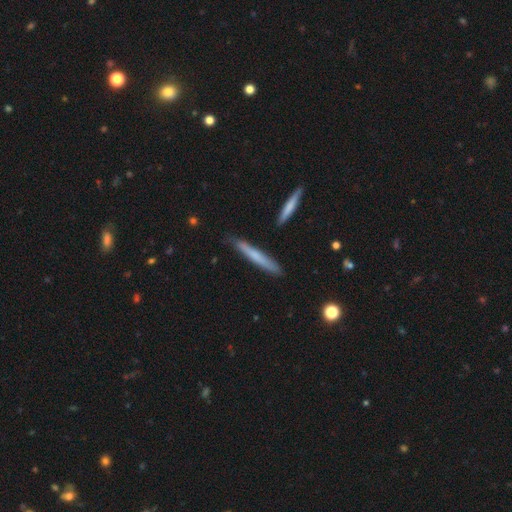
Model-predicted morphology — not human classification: A smooth galaxy with no disk features (61%) that is cigar-shaped (95%).

Vote fractions:
- Smooth or featured? smooth: 61% / featured or disk: 34% / star or artifact: 5%
- How rounded? cigar-shaped: 95% / in between: 3% / round: 1%
- Merging? none: 84% / minor disturbance: 12% / merger: 3% / major disturbance: 2%